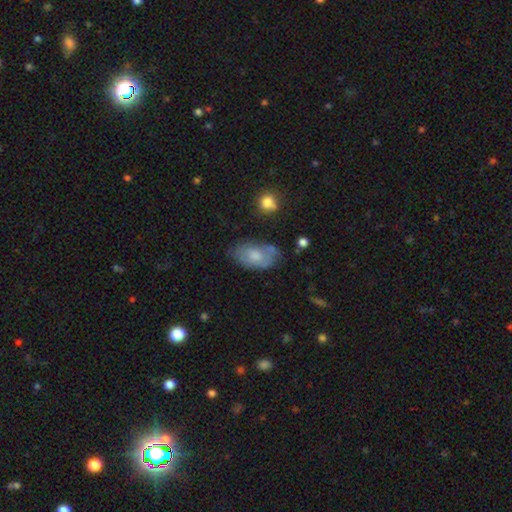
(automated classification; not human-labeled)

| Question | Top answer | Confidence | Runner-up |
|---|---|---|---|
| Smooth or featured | smooth | 59% | featured or disk (34%) |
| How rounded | in between | 92% | round (6%) |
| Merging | none | 54% | minor disturbance (30%) |